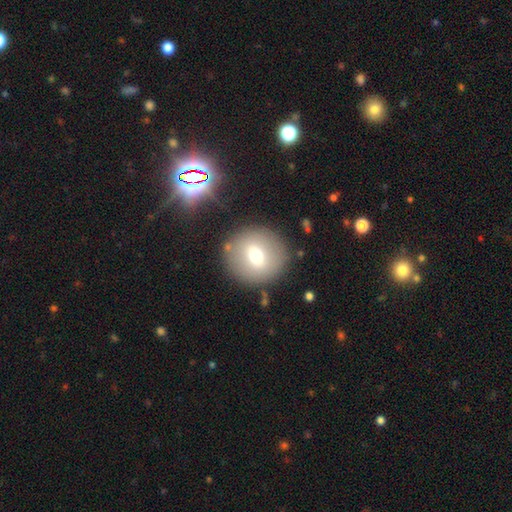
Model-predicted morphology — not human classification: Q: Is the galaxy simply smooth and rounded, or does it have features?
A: smooth — 66%.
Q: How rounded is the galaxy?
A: round — 90%.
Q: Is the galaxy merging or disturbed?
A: none — 85%.